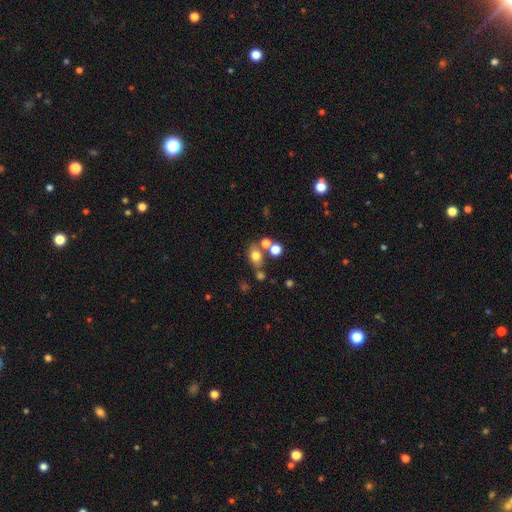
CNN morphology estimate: Smooth or featured?
  - smooth: 72% *
  - star or artifact: 15%
  - featured or disk: 13%
How rounded?
  - in between: 60% *
  - round: 38%
  - cigar-shaped: 2%
Merging?
  - none: 57% *
  - merger: 25%
  - minor disturbance: 12%
  - major disturbance: 6%